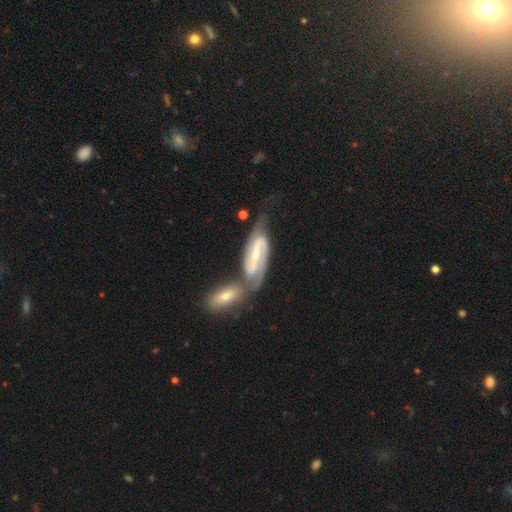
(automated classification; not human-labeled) featured or disk 86%, smooth 9%, star or artifact 4%. Down the decision tree: edge-on disk — no (93%); bar — strong (63%); spiral arms — yes (95%); spiral arm count — 2 (90%); spiral winding — medium (47%); bulge size — small (63%); merging — merger (44%).